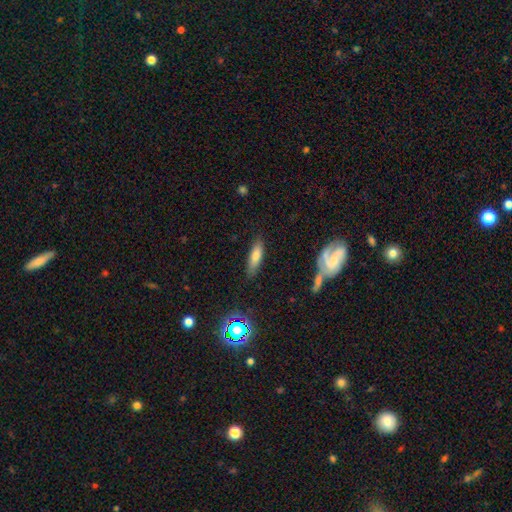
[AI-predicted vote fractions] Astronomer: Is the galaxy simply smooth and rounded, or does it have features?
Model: smooth — 68%.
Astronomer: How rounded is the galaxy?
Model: cigar-shaped — 53% (runner-up: in between, 44%).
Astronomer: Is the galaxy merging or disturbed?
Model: none — 80%.